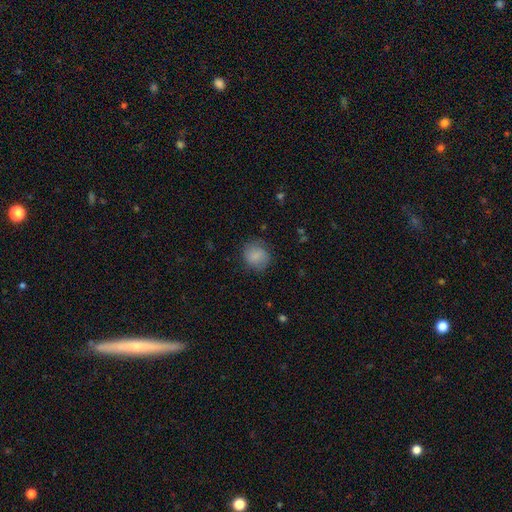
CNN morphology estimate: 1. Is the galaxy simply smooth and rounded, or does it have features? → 81% smooth, 11% featured or disk, 8% star or artifact.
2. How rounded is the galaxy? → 82% round, 17% in between, 1% cigar-shaped.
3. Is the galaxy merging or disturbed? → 78% none, 16% minor disturbance, 5% major disturbance, 1% merger.